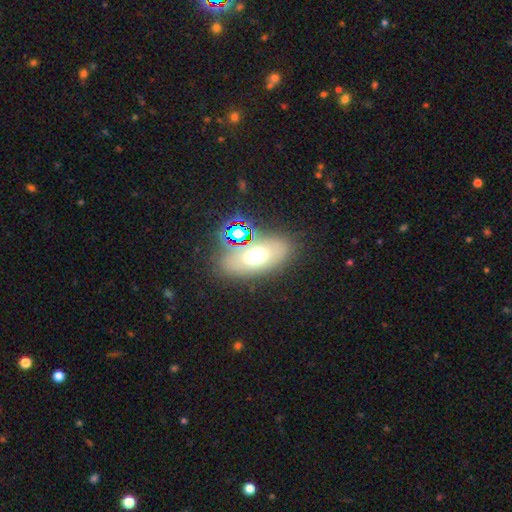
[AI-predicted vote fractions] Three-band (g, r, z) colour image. It shows a smooth galaxy with no disk features (55%) that is in between round and cigar-shaped (80%). Merging: none (78%).